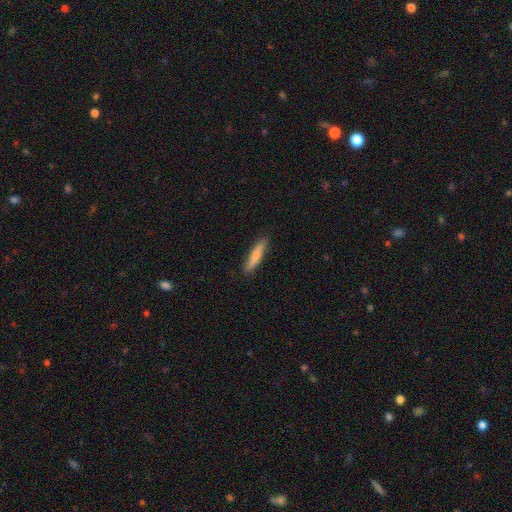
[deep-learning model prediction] This is likely a smooth galaxy (76%). How rounded: clearly cigar-shaped (86%). Merging: clearly none (87%).